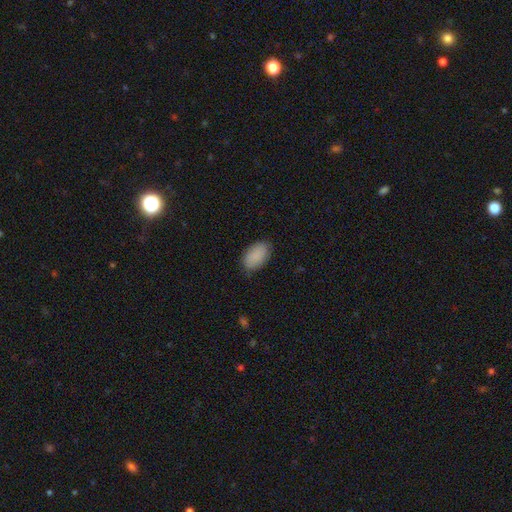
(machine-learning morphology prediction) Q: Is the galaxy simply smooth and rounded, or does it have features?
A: smooth — 87%.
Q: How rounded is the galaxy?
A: in between — 94%.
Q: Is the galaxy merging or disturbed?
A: none — 81%.